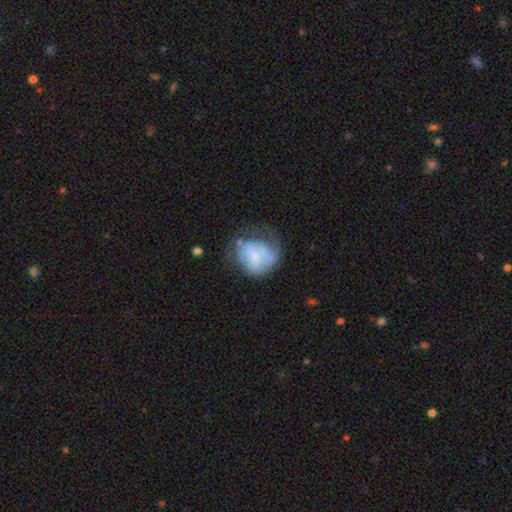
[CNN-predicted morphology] Overall: smooth (49%; featured or disk 43%). Merging: major disturbance (38%; none 31%).